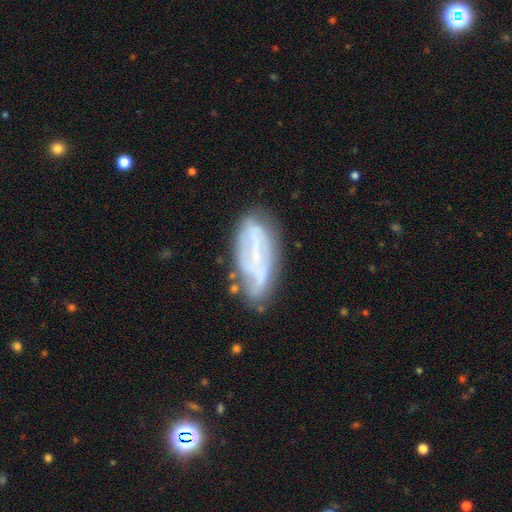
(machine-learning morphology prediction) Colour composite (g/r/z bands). It shows a featured or disk galaxy (64%) with no bar (34%, tied with weak), spiral arms (65%) and a small central bulge (48%). Merging: none (59%).